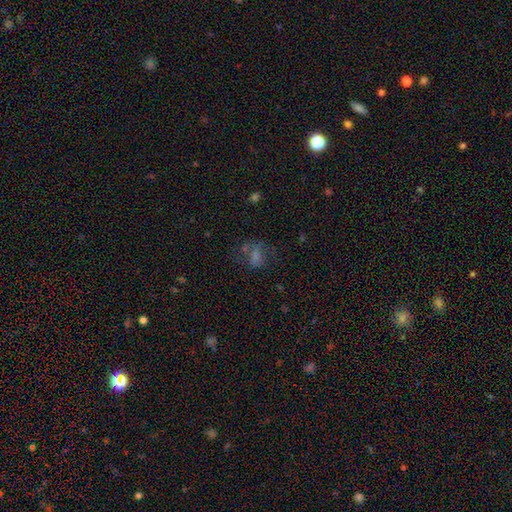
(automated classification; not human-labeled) The model was most divided on "smooth or featured": smooth: 41%, star or artifact: 34%, featured or disk: 25%. More confident: merging — none (54%).